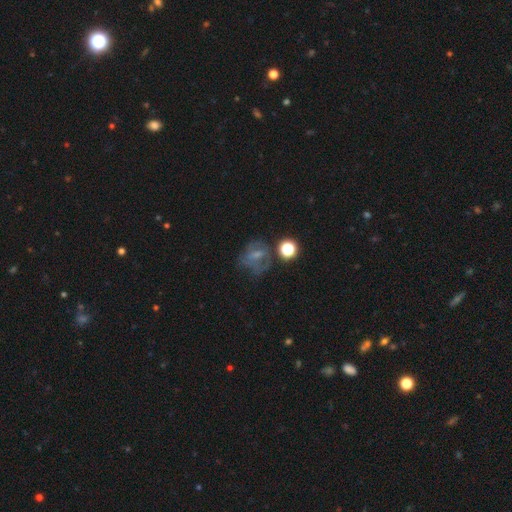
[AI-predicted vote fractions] The model was most divided on "smooth or featured": smooth: 40%, featured or disk: 39%, star or artifact: 21%. Remaining: merging — none (42%).